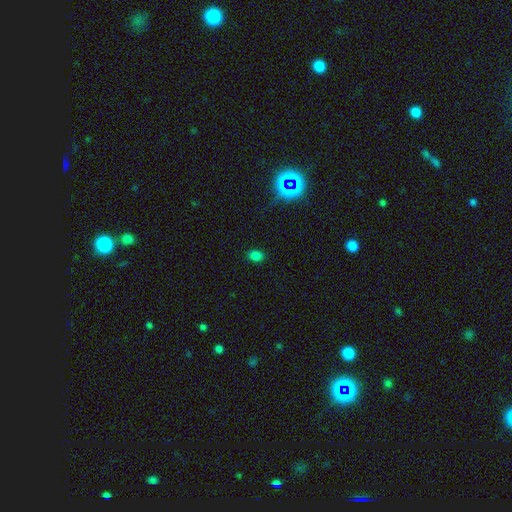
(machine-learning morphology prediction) Overall: smooth (74%). How rounded: in between (66%; round 32%). Merging: none (86%).